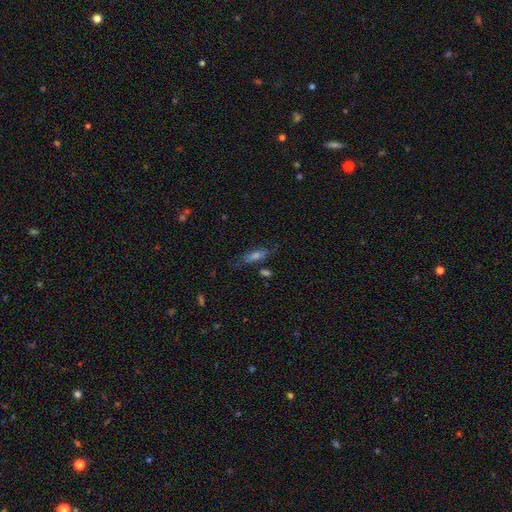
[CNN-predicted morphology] Smooth or featured? smooth (49%)
Merging? none (69%)